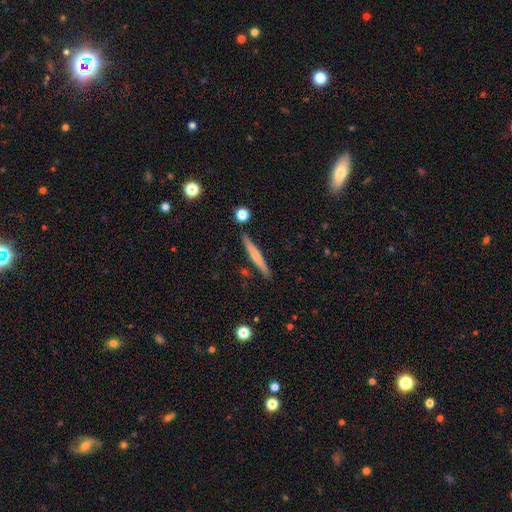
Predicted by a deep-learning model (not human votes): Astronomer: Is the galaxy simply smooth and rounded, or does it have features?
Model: smooth — 57% (runner-up: featured or disk, 37%).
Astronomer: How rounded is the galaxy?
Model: cigar-shaped — 96%.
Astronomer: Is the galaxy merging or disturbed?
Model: none — 88%.